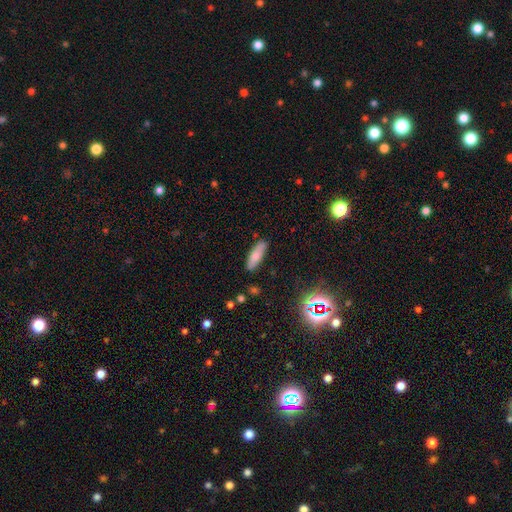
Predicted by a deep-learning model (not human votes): smooth_or_featured: smooth (p=0.76) [alt: featured or disk p=0.16]
how_rounded: in between (p=0.50) [alt: cigar-shaped p=0.48]
merging: none (p=0.85) [alt: minor disturbance p=0.11]